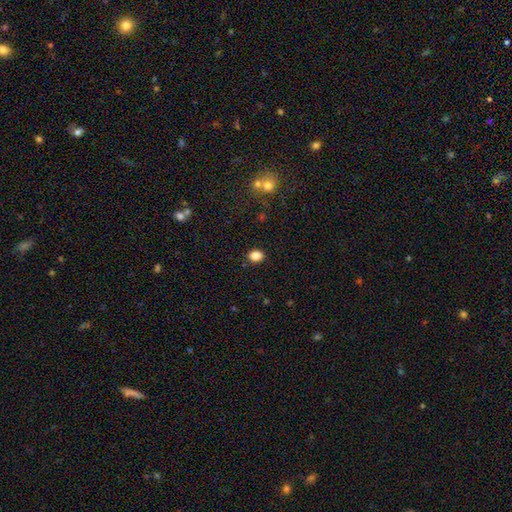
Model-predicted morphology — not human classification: This appears to be a smooth galaxy with no disk features (85%) that is in between round and cigar-shaped (58%). Merging: none (88%).